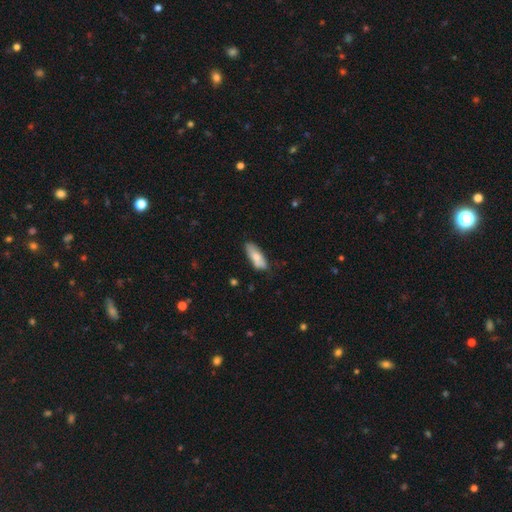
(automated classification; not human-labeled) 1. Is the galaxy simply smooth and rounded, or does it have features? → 71% smooth, 23% featured or disk, 6% star or artifact.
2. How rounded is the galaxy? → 67% in between, 31% cigar-shaped, 2% round.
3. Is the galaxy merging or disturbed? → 72% none, 22% minor disturbance, 4% major disturbance, 2% merger.